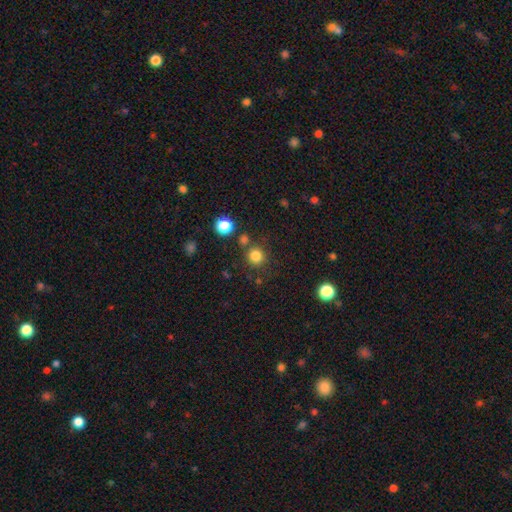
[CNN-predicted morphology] Q: Smooth or featured?
A: smooth (81%); runner-up: star or artifact (14%)
Q: How rounded?
A: round (92%); runner-up: in between (8%)
Q: Merging?
A: none (80%); runner-up: merger (8%)